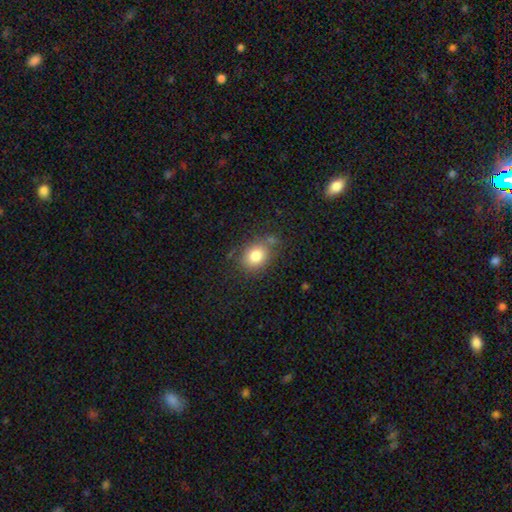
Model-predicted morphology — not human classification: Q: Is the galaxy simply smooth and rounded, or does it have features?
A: smooth — 80%.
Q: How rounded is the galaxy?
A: round — 53%.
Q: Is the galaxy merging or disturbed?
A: none — 71%.